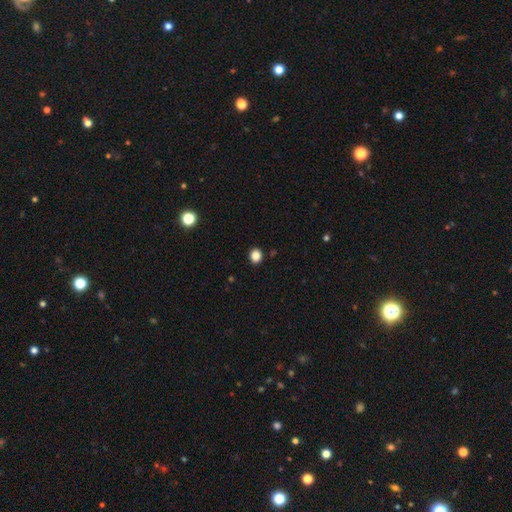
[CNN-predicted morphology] smooth 85%, star or artifact 12%, featured or disk 3%. Down the decision tree: how rounded — round (75%); merging — none (91%).